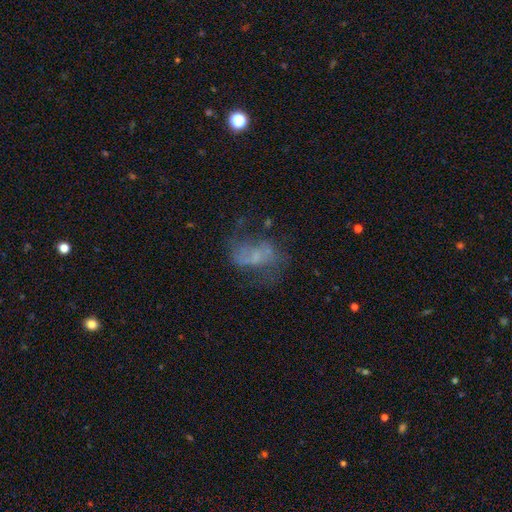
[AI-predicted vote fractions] Smooth or featured? Predicted: featured or disk (p=0.58). Edge-on disk? Predicted: no (p=0.97). Bar? Predicted: no (p=0.65). Spiral arms? Predicted: yes (p=0.57). Bulge size? Predicted: none (p=0.50). Merging? Predicted: none (p=0.42).